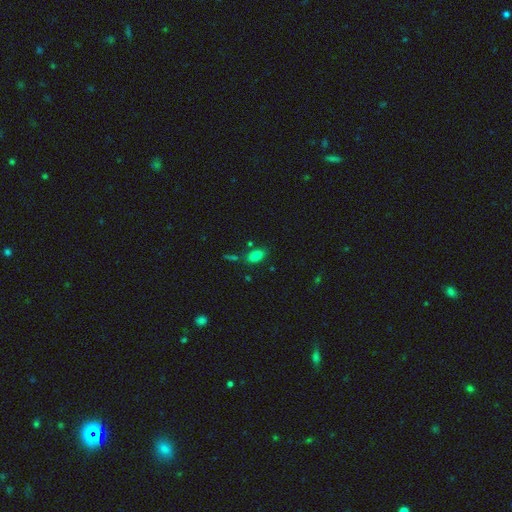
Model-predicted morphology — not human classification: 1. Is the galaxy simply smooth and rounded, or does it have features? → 82% smooth, 12% star or artifact, 6% featured or disk.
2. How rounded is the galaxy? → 89% in between, 6% round, 5% cigar-shaped.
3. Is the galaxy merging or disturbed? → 75% none, 13% minor disturbance, 8% merger, 4% major disturbance.